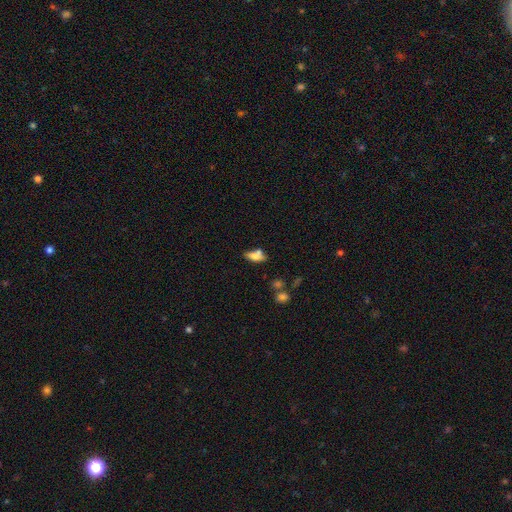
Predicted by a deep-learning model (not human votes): This is likely a smooth galaxy (72%). How rounded: likely in between (78%). Merging: possibly none (47%).